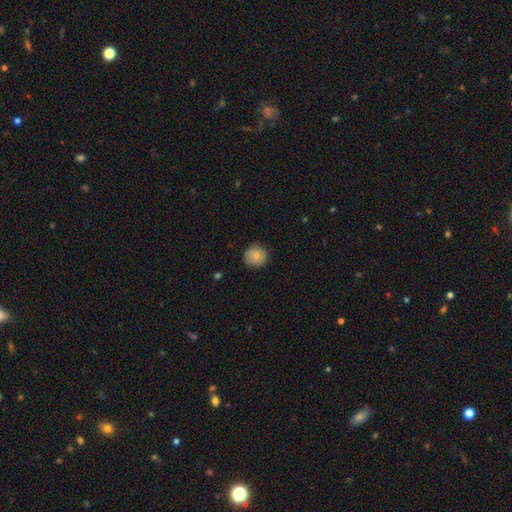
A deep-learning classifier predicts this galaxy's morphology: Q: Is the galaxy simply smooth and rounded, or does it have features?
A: smooth — 82%.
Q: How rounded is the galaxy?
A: round — 89%.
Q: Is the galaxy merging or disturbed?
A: none — 82%.